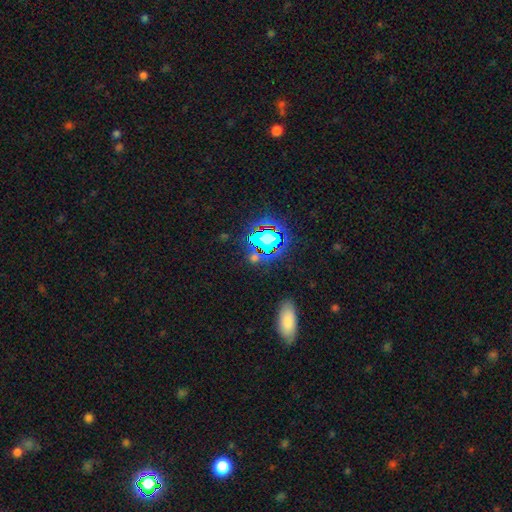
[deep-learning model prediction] star or artifact 67%, smooth 23%, featured or disk 10%.